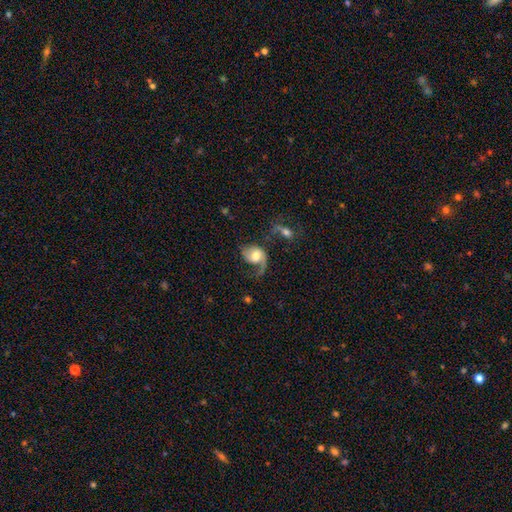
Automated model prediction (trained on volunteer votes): This is likely a featured or disk galaxy (67%). It is clearly not viewed edge-on (97%). Bar: likely no (69%). Spiral arm pattern: clearly yes (89%). Spiral arm count: possibly 1 (56%). Spiral winding: possibly loose (57%). Central bulge: likely moderate (64%). Merging: marginally major disturbance (37%).